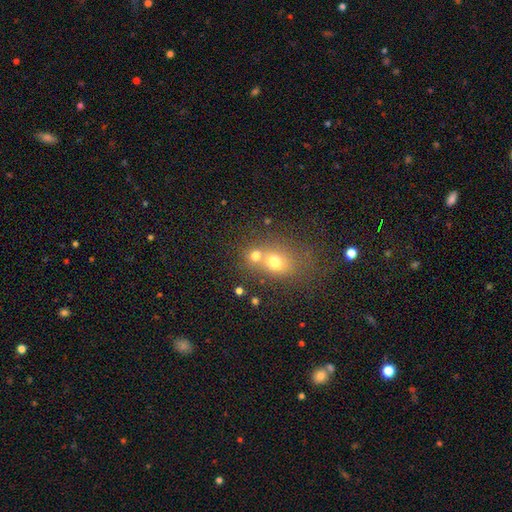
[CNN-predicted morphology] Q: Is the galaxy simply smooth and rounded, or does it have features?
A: smooth — 69%.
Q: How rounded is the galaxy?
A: round — 68%.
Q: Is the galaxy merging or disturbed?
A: merger — 50%.